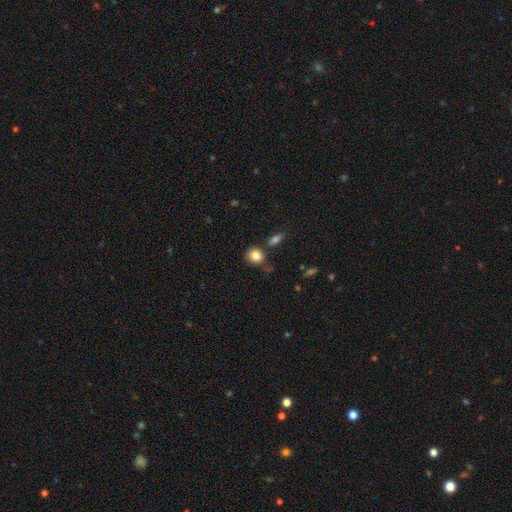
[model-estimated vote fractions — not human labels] This is clearly a smooth galaxy (83%). How rounded: likely round (79%). Merging: likely none (72%).